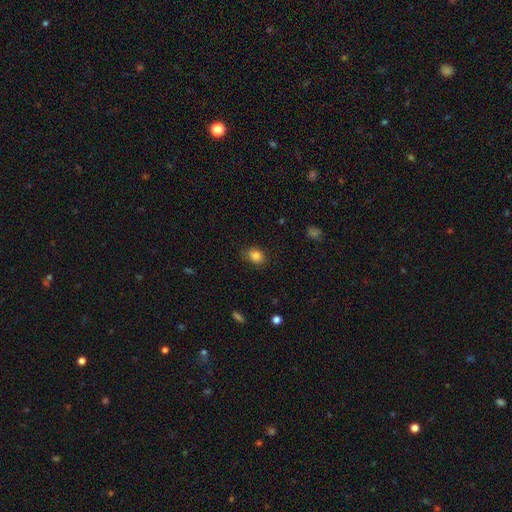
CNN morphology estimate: Smooth or featured? smooth (84%)
How rounded? in between (55%)
Merging? none (78%)